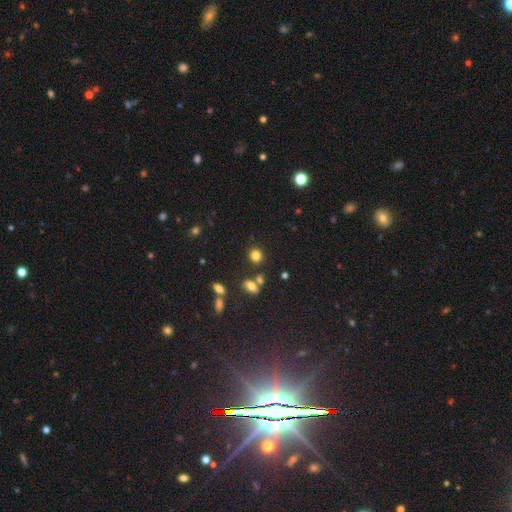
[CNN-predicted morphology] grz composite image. It shows a smooth galaxy with no disk features (80%) that is round (82%). Merging: none (79%).